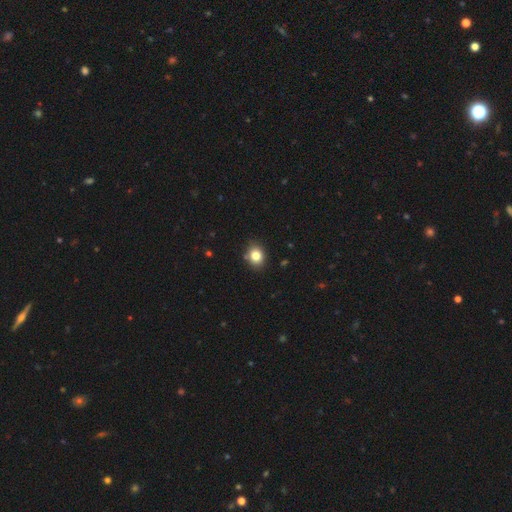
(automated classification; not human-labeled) A smooth galaxy with no disk features (82%) that is round (56%).

Vote fractions:
- Smooth or featured? smooth: 82% / star or artifact: 11% / featured or disk: 7%
- How rounded? round: 56% / in between: 43% / cigar-shaped: 1%
- Merging? none: 84% / minor disturbance: 11% / merger: 3% / major disturbance: 2%